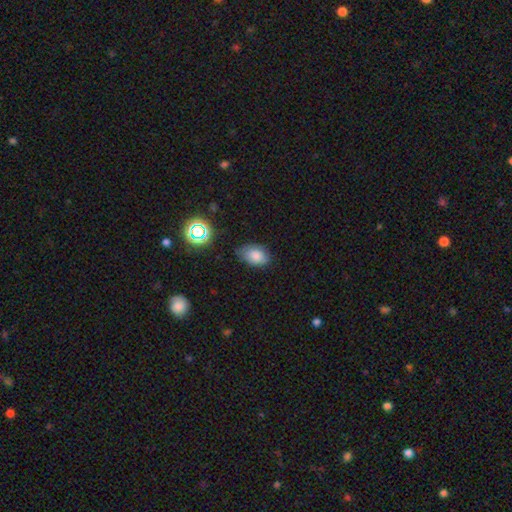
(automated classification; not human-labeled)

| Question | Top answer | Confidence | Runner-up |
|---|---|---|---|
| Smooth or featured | smooth | 80% | star or artifact (12%) |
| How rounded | in between | 87% | round (12%) |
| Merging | none | 71% | minor disturbance (22%) |